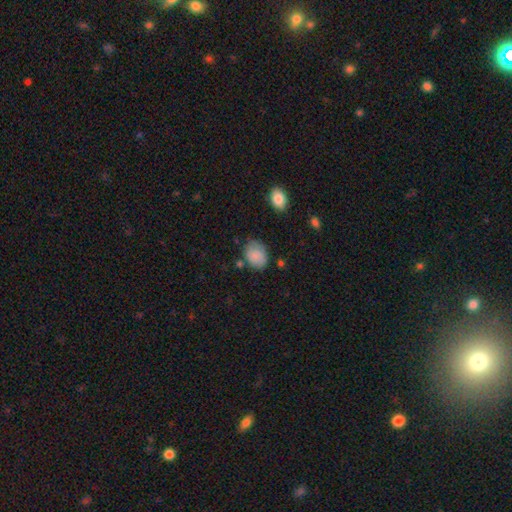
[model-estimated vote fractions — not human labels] Smooth or featured?
  - smooth: 83% *
  - featured or disk: 9%
  - star or artifact: 8%
How rounded?
  - in between: 66% *
  - round: 33%
  - cigar-shaped: 1%
Merging?
  - none: 64% *
  - minor disturbance: 25%
  - major disturbance: 7%
  - merger: 4%